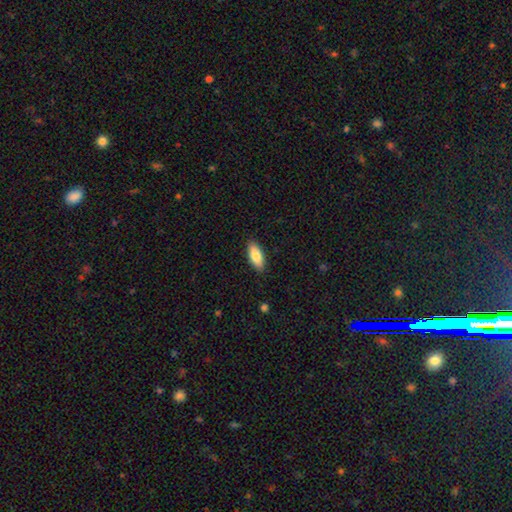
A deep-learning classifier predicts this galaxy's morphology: smooth_or_featured: smooth (p=0.82) [alt: featured or disk p=0.12]
how_rounded: in between (p=0.78) [alt: cigar-shaped p=0.20]
merging: none (p=0.89) [alt: minor disturbance p=0.09]